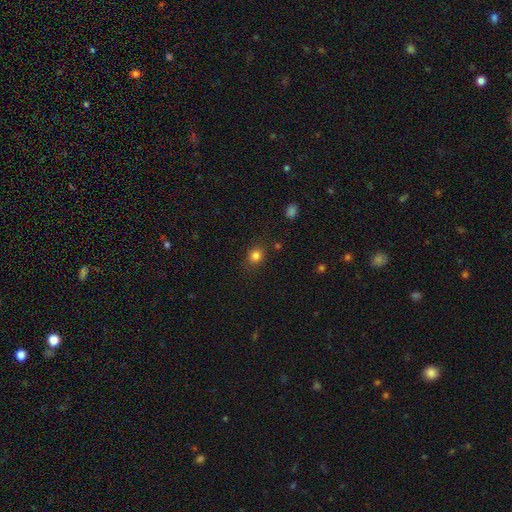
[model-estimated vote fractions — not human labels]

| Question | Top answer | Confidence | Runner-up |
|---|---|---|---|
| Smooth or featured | smooth | 82% | star or artifact (13%) |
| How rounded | round | 72% | in between (27%) |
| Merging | none | 83% | minor disturbance (11%) |